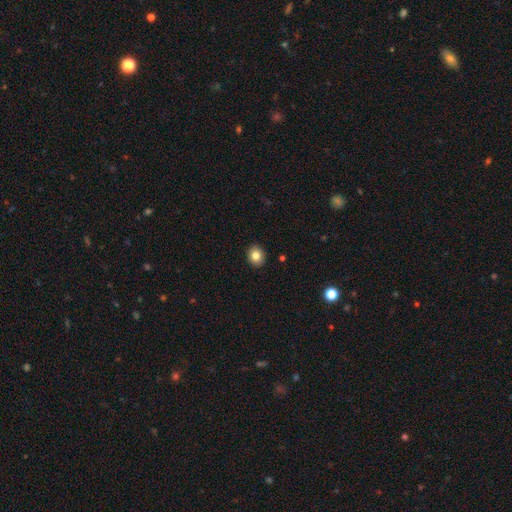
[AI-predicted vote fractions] This appears to be a smooth galaxy with no disk features (82%) that is round (62%). Merging: none (91%).